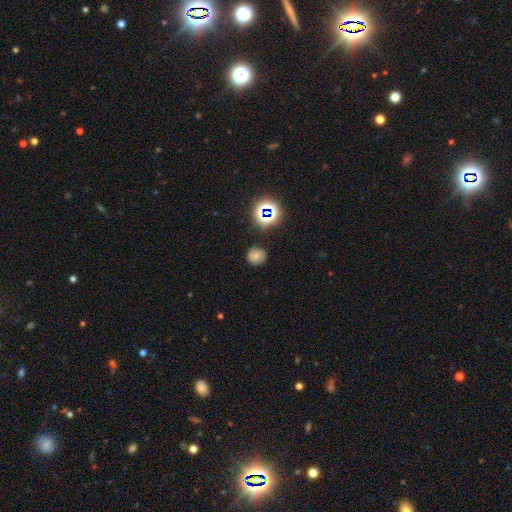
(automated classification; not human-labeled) Smooth or featured: smooth — 53% (featured or disk — 25%)
How rounded: round — 79% (in between — 20%)
Merging: none — 74% (minor disturbance — 18%)